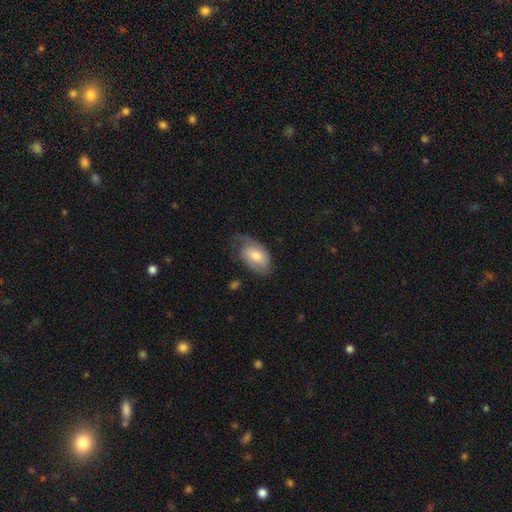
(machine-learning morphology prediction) type=smooth (50%); roundness=in between (90%); merging=none (50%).